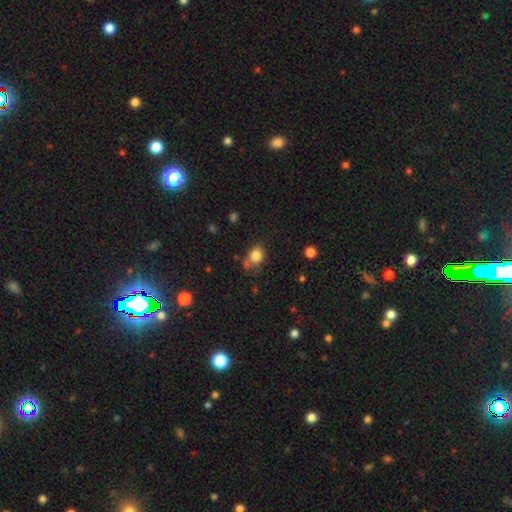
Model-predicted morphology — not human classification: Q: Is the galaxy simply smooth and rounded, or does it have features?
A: smooth — 82%.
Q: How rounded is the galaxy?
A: round — 58%.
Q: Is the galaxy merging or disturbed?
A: none — 61%.